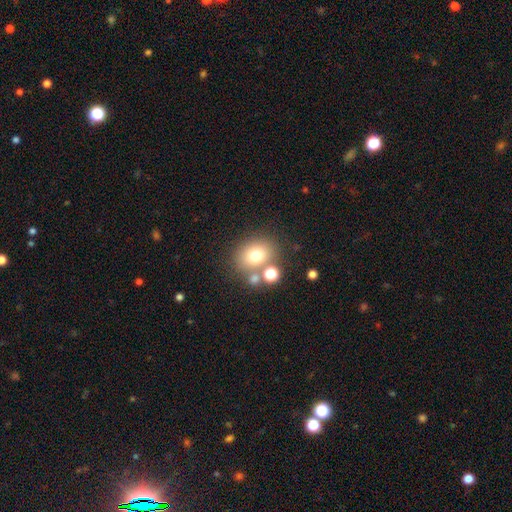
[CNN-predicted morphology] Smooth or featured? smooth (72%)
How rounded? round (65%)
Merging? none (66%)